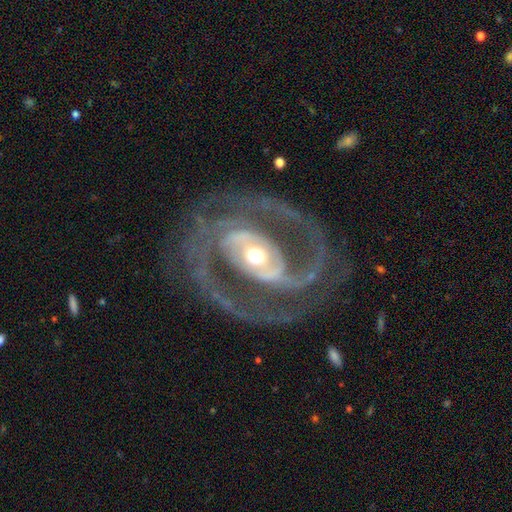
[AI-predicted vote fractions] A featured or disk galaxy (91%) with no bar (40%), 2 (81%) medium (49%) spiral arms (94%) and a moderate central bulge (68%). Merging: none (73%).